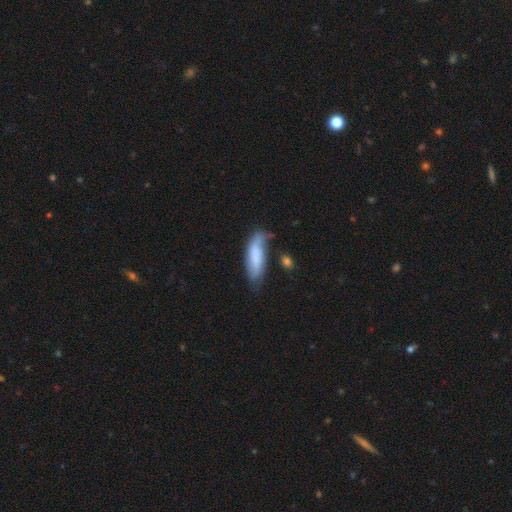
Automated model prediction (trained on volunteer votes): Morphology: type=smooth (72%); roundness=in between (50%); merging=none (49%).